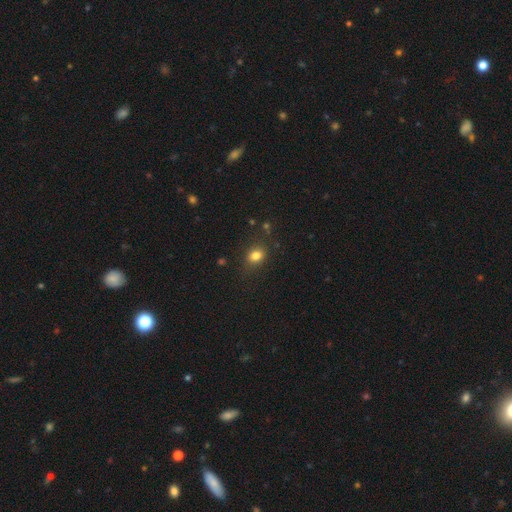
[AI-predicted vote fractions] A smooth galaxy with no disk features (81%) that is in between round and cigar-shaped (54%).

Vote fractions:
- Smooth or featured? smooth: 81% / star or artifact: 13% / featured or disk: 7%
- How rounded? in between: 54% / round: 45% / cigar-shaped: 1%
- Merging? none: 82% / minor disturbance: 13% / major disturbance: 4% / merger: 2%